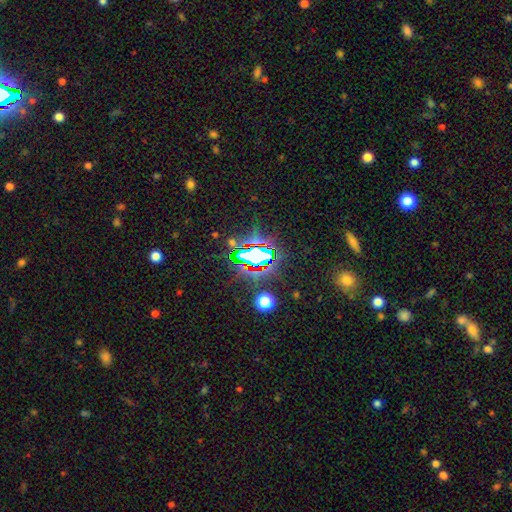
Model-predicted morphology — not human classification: type=star or artifact (74%).